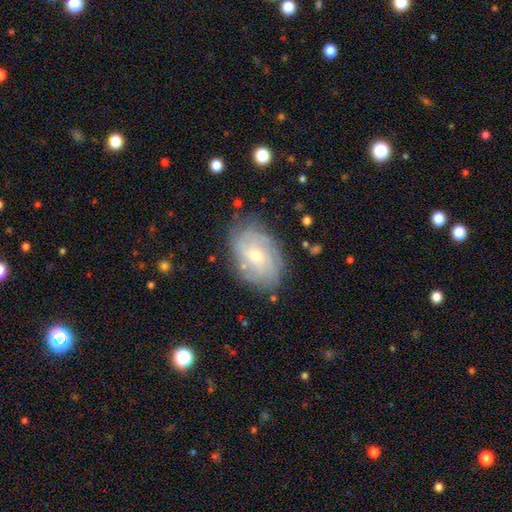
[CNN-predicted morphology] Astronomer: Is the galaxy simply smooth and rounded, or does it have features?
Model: featured or disk — 74%.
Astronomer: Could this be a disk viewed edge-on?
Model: no — 96%.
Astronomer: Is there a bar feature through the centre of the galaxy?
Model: no — 65%.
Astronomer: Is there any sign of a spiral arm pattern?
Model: yes — 90%.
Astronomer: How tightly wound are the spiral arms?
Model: tight — 64%.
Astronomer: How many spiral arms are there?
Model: can't tell — 49%.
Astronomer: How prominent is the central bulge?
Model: small — 60% (runner-up: moderate, 36%).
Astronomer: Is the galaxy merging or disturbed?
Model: none — 77%.